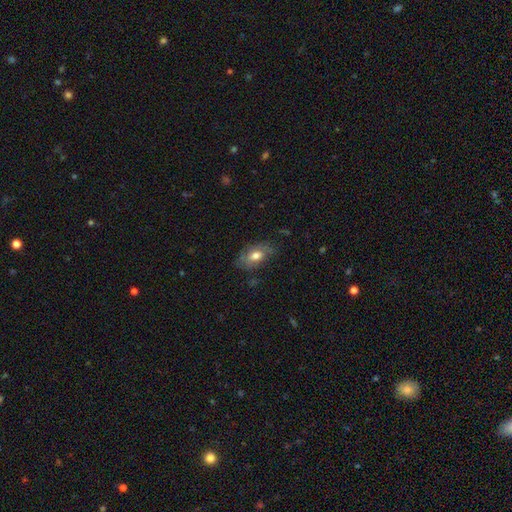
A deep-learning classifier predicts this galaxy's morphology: A smooth galaxy with no disk features (56%) that is in between round and cigar-shaped (88%). Merging: none (65%).